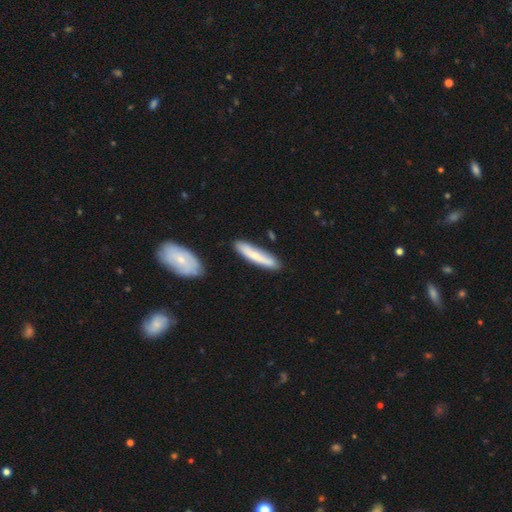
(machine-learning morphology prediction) smooth-or-featured: smooth: 67% | featured or disk: 27% | star or artifact: 5%
  how-rounded: cigar-shaped: 87% | in between: 12% | round: 1%
  merging: none: 83% | minor disturbance: 11% | merger: 4% | major disturbance: 2%